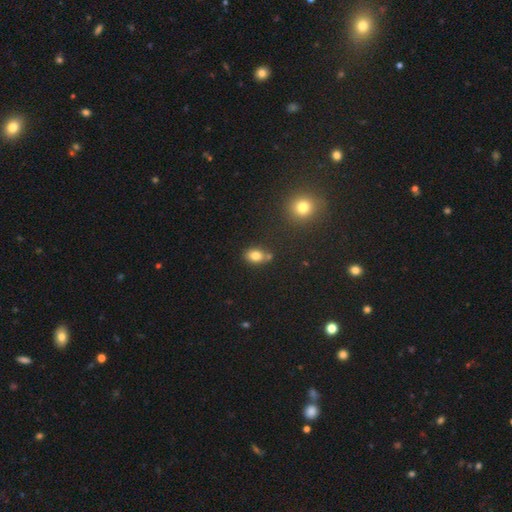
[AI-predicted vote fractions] A smooth galaxy with no disk features (79%) that is in between round and cigar-shaped (73%).

Vote fractions:
- Smooth or featured? smooth: 79% / star or artifact: 11% / featured or disk: 10%
- How rounded? in between: 73% / round: 25% / cigar-shaped: 2%
- Merging? none: 65% / minor disturbance: 16% / merger: 15% / major disturbance: 4%